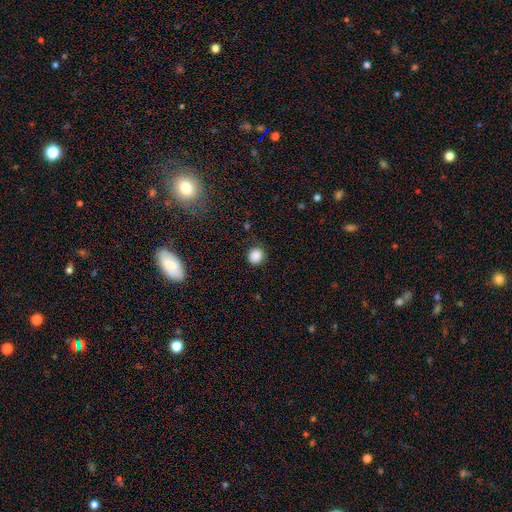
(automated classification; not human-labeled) Q: Smooth or featured?
A: smooth (86%); runner-up: star or artifact (10%)
Q: How rounded?
A: round (85%); runner-up: in between (14%)
Q: Merging?
A: none (86%); runner-up: minor disturbance (10%)